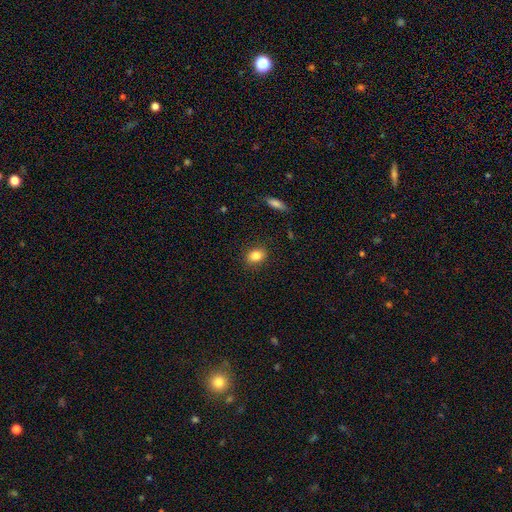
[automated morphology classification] Overall: smooth (84%). How rounded: in between (58%; round 41%). Merging: none (87%).